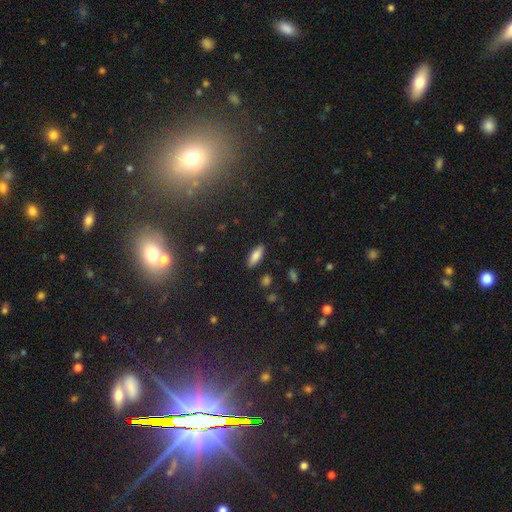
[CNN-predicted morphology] Smooth or featured: smooth — 83% (featured or disk — 9%)
How rounded: in between — 67% (cigar-shaped — 31%)
Merging: none — 87% (minor disturbance — 9%)